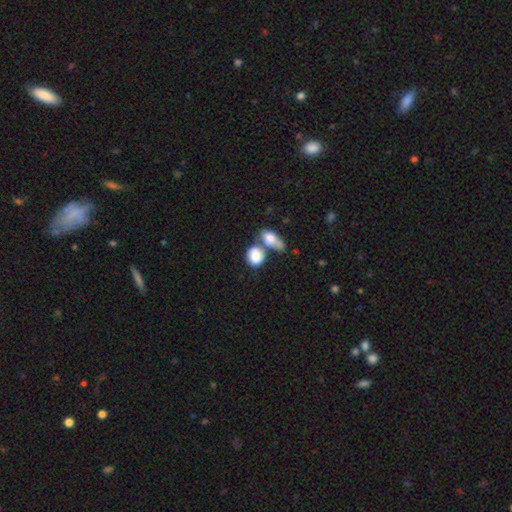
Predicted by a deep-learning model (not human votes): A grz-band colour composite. It shows a smooth galaxy with no disk features (81%) that is round (57%). Merging: merger (52%).